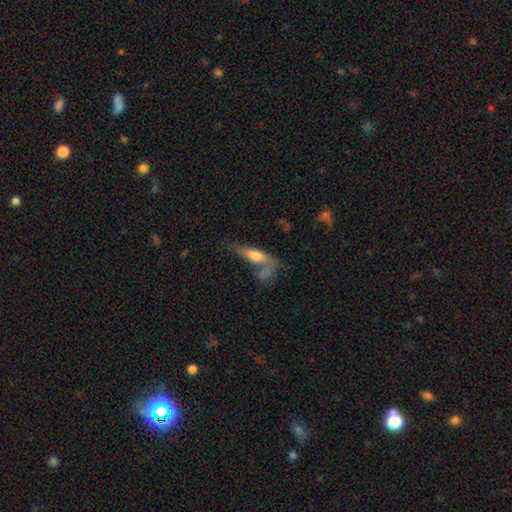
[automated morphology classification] Smooth or featured?
  - smooth: 59% *
  - featured or disk: 32%
  - star or artifact: 8%
How rounded?
  - in between: 49% *
  - cigar-shaped: 47%
  - round: 4%
Merging?
  - none: 32% *
  - major disturbance: 26%
  - merger: 22%
  - minor disturbance: 20%